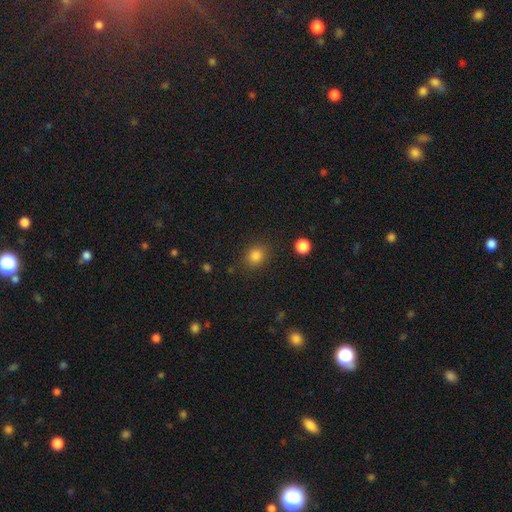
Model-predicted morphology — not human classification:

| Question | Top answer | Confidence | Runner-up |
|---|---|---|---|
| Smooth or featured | smooth | 84% | star or artifact (12%) |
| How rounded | round | 68% | in between (31%) |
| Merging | none | 85% | minor disturbance (10%) |